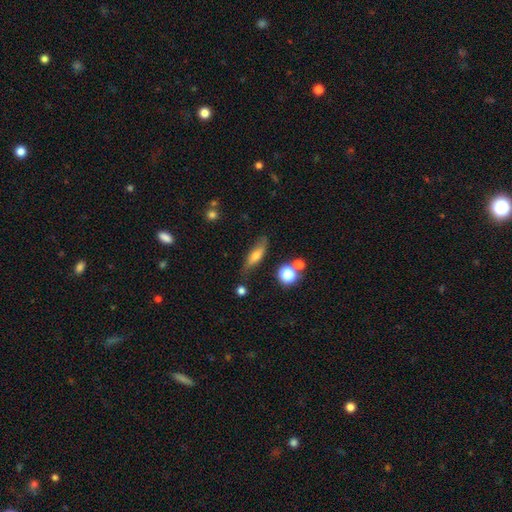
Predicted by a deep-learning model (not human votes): Overall: smooth (57%; featured or disk 34%). How rounded: cigar-shaped (49%; in between 46%). Merging: none (68%).